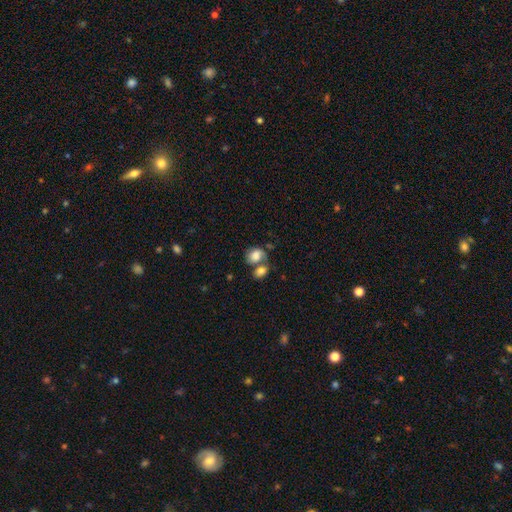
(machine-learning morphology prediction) Smooth or featured? smooth (75%)
How rounded? in between (57%)
Merging? merger (50%)